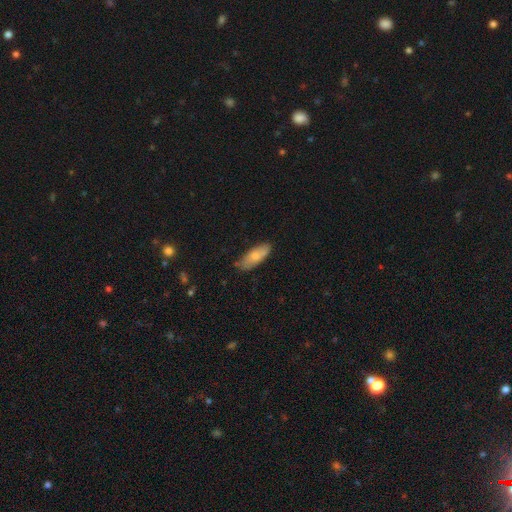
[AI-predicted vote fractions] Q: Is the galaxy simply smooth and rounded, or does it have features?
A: smooth — 68%.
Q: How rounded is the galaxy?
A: in between — 72%.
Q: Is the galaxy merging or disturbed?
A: none — 73%.